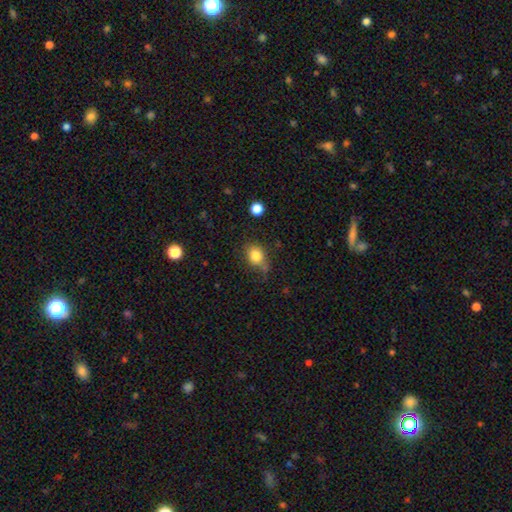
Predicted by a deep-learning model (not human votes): smooth-or-featured: smooth: 81% | star or artifact: 10% | featured or disk: 8%
  how-rounded: round: 51% | in between: 47% | cigar-shaped: 1%
  merging: none: 62% | minor disturbance: 26% | major disturbance: 7% | merger: 5%